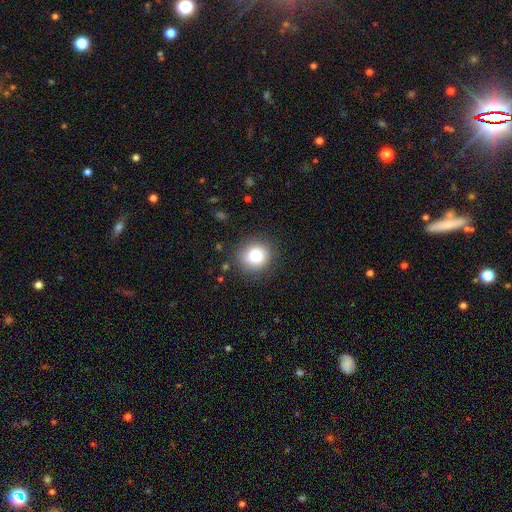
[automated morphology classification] smooth_or_featured: smooth (p=0.80) [alt: star or artifact p=0.11]
how_rounded: round (p=0.88) [alt: in between p=0.11]
merging: none (p=0.87) [alt: minor disturbance p=0.09]